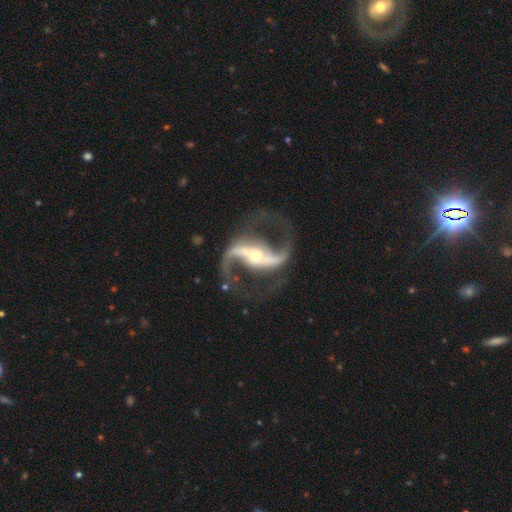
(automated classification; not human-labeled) smooth-or-featured: featured or disk: 93% | star or artifact: 4% | smooth: 2%
  disk-edge-on: no: 96% | yes: 4%
    bar: strong: 65% | weak: 21% | no: 14%
    has-spiral-arms: yes: 98% | no: 2%
      spiral-winding: loose: 53% | medium: 40% | tight: 7%
      spiral-arm-count: 2: 95% | 1: 1% | can't tell: 1% | 3: 1% | 4: 1% | more than 4: 1%
    bulge-size: small: 54% | moderate: 40% | large: 3% | dominant: 1% | none: 1%
  merging: none: 80% | minor disturbance: 10% | major disturbance: 8% | merger: 2%